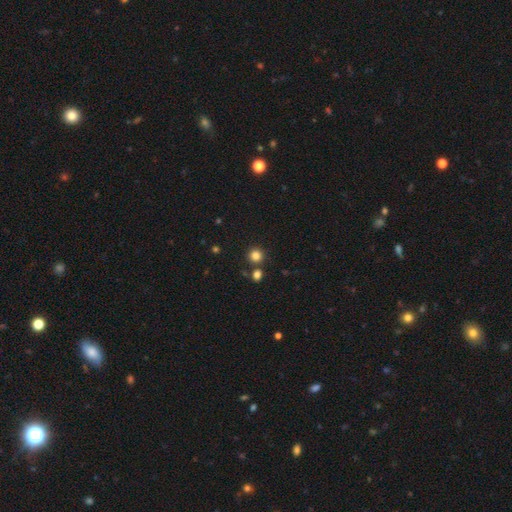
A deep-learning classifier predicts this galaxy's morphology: This is clearly a smooth galaxy (82%). How rounded: clearly round (93%). Merging: clearly none (81%).